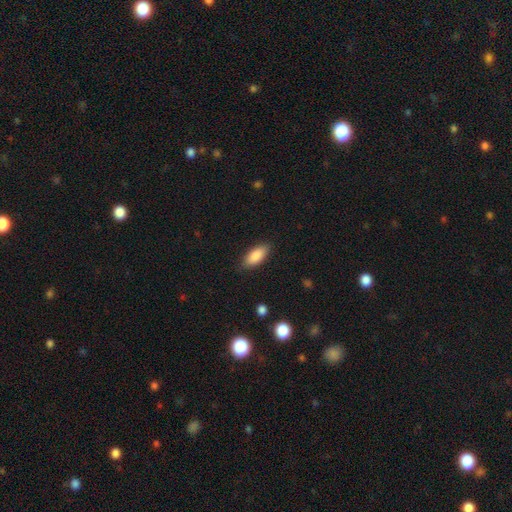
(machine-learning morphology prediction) A smooth galaxy with no disk features (86%) that is in between round and cigar-shaped (84%).

Vote fractions:
- Smooth or featured? smooth: 86% / featured or disk: 7% / star or artifact: 6%
- How rounded? in between: 84% / cigar-shaped: 14% / round: 2%
- Merging? none: 84% / minor disturbance: 12% / major disturbance: 3% / merger: 1%